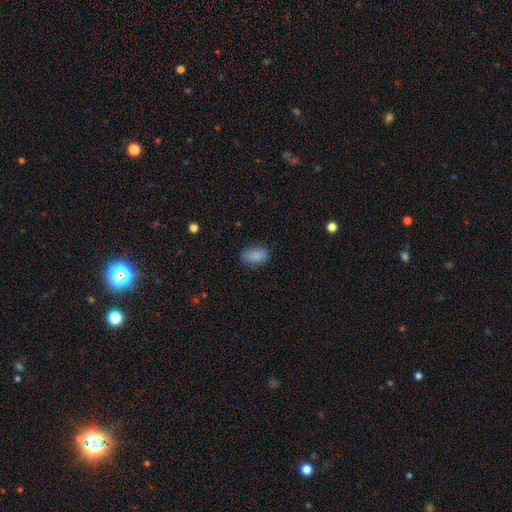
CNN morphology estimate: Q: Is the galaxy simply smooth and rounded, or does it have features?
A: smooth — 87%.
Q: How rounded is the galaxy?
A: in between — 91%.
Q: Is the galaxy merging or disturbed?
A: none — 81%.